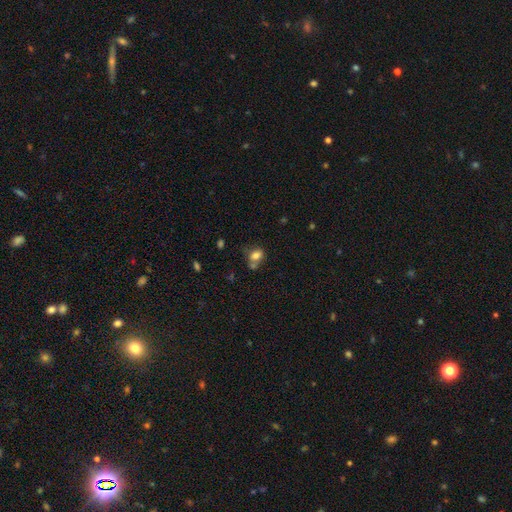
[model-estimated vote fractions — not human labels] smooth 77%, featured or disk 12%, star or artifact 11%. Down the decision tree: how rounded — in between (67%); merging — none (41%).